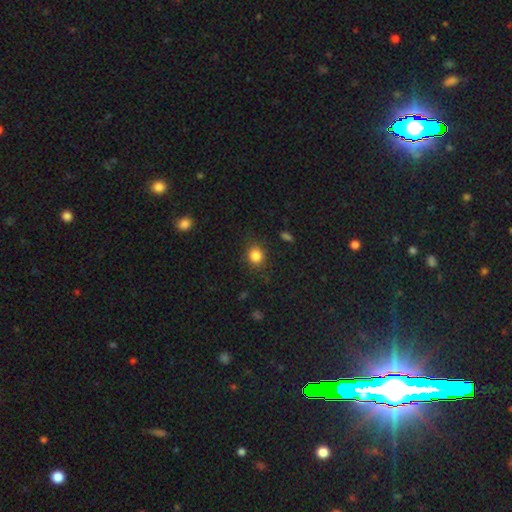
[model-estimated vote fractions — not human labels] This appears to be a smooth galaxy with no disk features (84%) that is round (78%). Merging: none (84%).